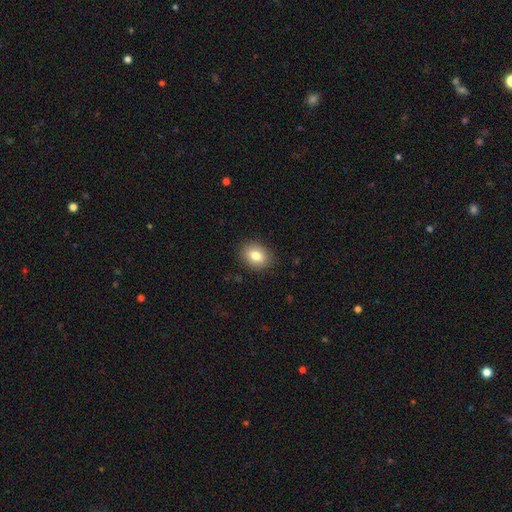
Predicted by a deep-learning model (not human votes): smooth_or_featured: smooth (p=0.81) [alt: featured or disk p=0.10]
how_rounded: in between (p=0.56) [alt: round p=0.43]
merging: none (p=0.88) [alt: minor disturbance p=0.08]